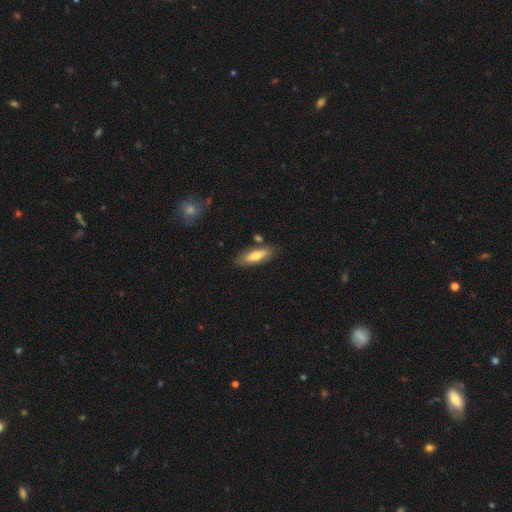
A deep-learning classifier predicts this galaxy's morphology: Smooth or featured?
  - smooth: 70% *
  - featured or disk: 24%
  - star or artifact: 6%
How rounded?
  - in between: 53% *
  - cigar-shaped: 45%
  - round: 2%
Merging?
  - none: 79% *
  - minor disturbance: 13%
  - merger: 6%
  - major disturbance: 3%